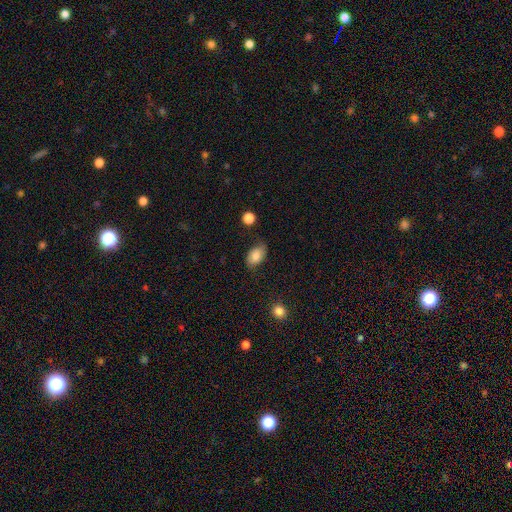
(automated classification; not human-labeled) Smooth or featured? smooth (80%)
How rounded? in between (89%)
Merging? none (73%)